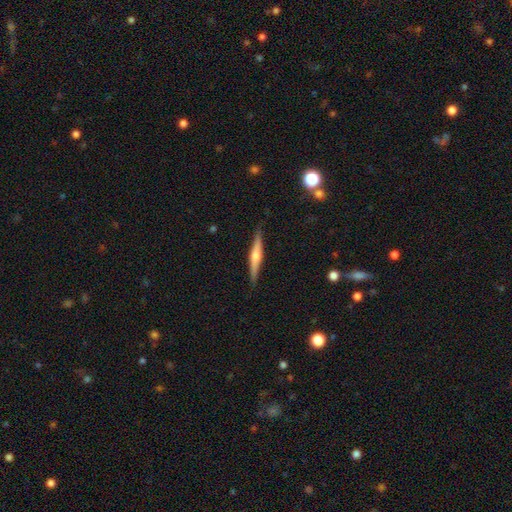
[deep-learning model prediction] The model was most divided on "smooth or featured": featured or disk: 61%, smooth: 33%, star or artifact: 6%. More confident: edge-on disk — yes (97%); merging — none (88%); edge-on bulge — rounded (83%).